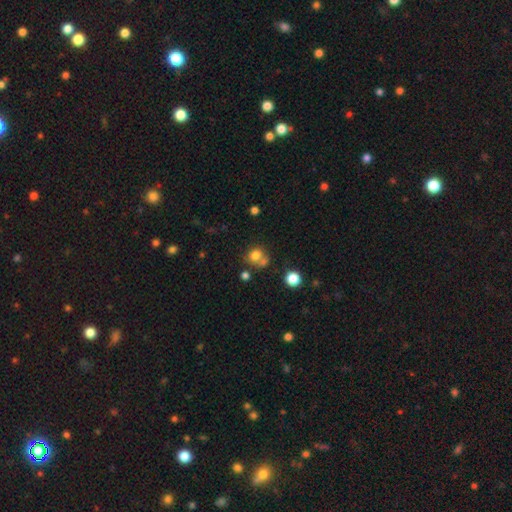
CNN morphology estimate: Q: Smooth or featured?
A: smooth (76%); runner-up: star or artifact (14%)
Q: How rounded?
A: round (74%); runner-up: in between (25%)
Q: Merging?
A: none (49%); runner-up: merger (35%)